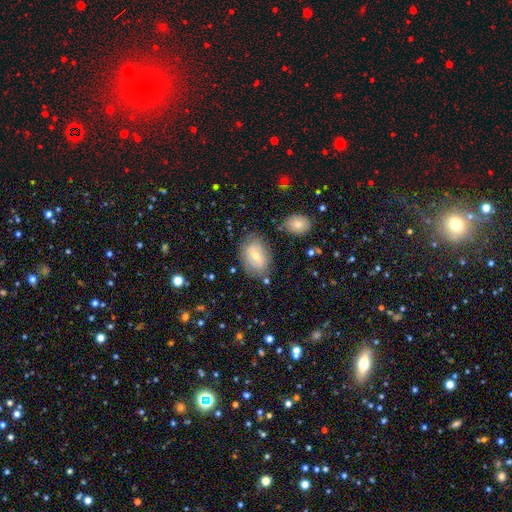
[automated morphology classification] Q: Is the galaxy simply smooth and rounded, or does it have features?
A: smooth — 47%.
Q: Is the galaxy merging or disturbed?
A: none — 72%.